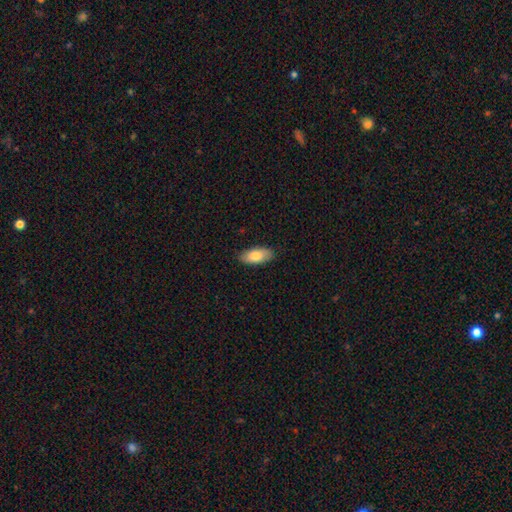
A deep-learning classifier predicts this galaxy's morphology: A smooth galaxy with no disk features (83%) that is in between round and cigar-shaped (88%). Merging: none (88%).